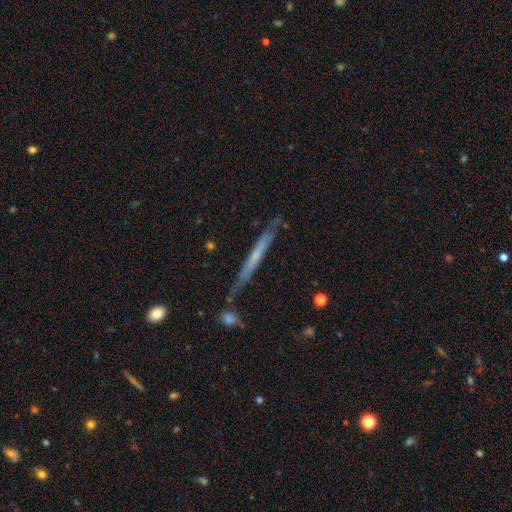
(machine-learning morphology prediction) This appears to be a featured or disk galaxy (55%) viewed edge-on (90%). Merging: none (69%).